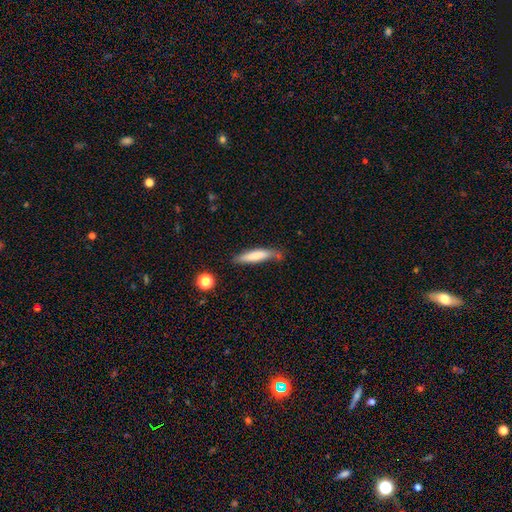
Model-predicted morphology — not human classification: Smooth or featured: smooth — 72% (featured or disk — 22%)
How rounded: cigar-shaped — 85% (in between — 14%)
Merging: none — 64% (minor disturbance — 25%)